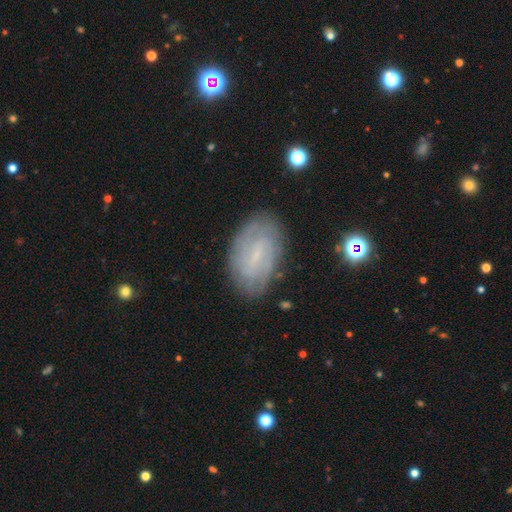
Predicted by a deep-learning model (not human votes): Morphology: type=featured or disk (64%); edge-on=no (95%); bar=weak (57%); spiral arms=yes (81%); bulge=small (66%); merging=none (79%).